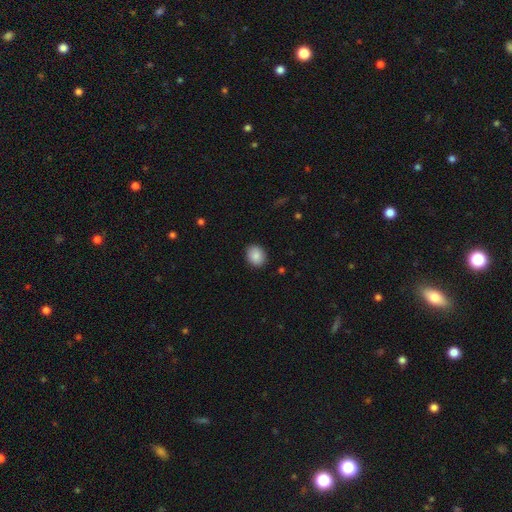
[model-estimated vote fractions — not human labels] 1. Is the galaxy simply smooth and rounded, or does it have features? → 88% smooth, 8% star or artifact, 5% featured or disk.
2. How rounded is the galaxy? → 51% round, 48% in between, 1% cigar-shaped.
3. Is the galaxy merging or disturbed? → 88% none, 9% minor disturbance, 2% major disturbance, 1% merger.